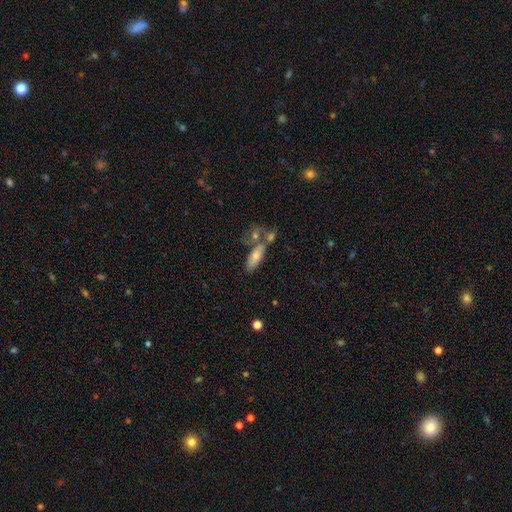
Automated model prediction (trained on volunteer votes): smooth_or_featured: smooth (p=0.66) [alt: featured or disk p=0.24]
how_rounded: in between (p=0.64) [alt: cigar-shaped p=0.33]
merging: none (p=0.47) [alt: merger p=0.33]